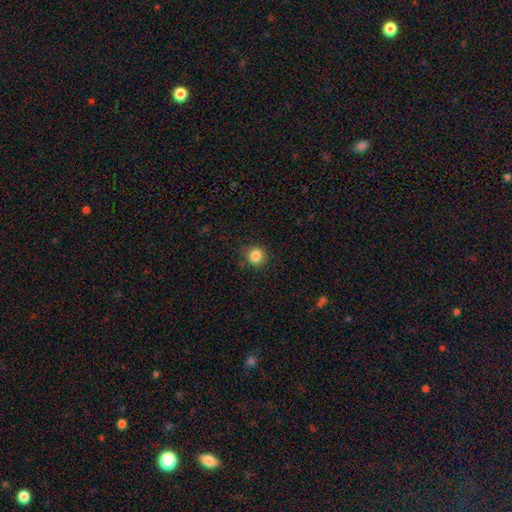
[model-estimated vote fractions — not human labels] Smooth or featured? Predicted: smooth (p=0.85). How rounded? Predicted: round (p=0.88). Merging? Predicted: none (p=0.86).